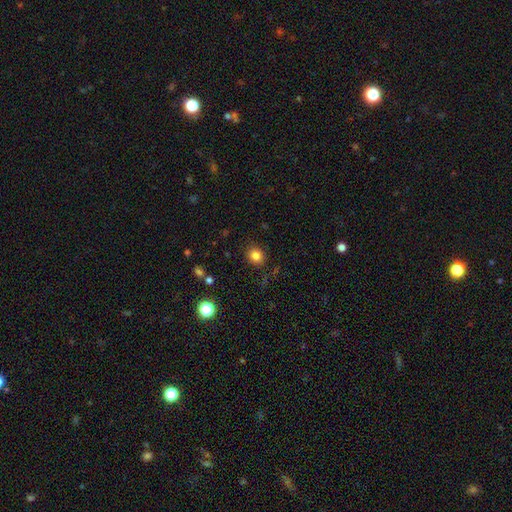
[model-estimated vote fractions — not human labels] Smooth or featured?
  - smooth: 83% *
  - star or artifact: 12%
  - featured or disk: 5%
How rounded?
  - round: 78% *
  - in between: 21%
  - cigar-shaped: 1%
Merging?
  - none: 86% *
  - minor disturbance: 9%
  - major disturbance: 3%
  - merger: 2%